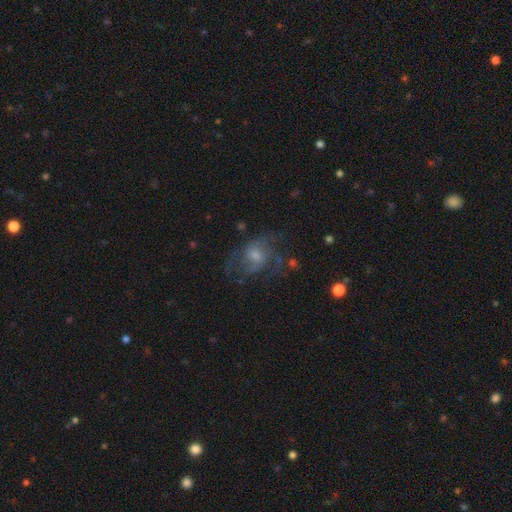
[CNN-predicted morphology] Smooth or featured? Predicted: featured or disk (p=0.60). Edge-on disk? Predicted: no (p=0.96). Bar? Predicted: no (p=0.66). Spiral arms? Predicted: yes (p=0.76). Bulge size? Predicted: moderate (p=0.45). Merging? Predicted: none (p=0.54).